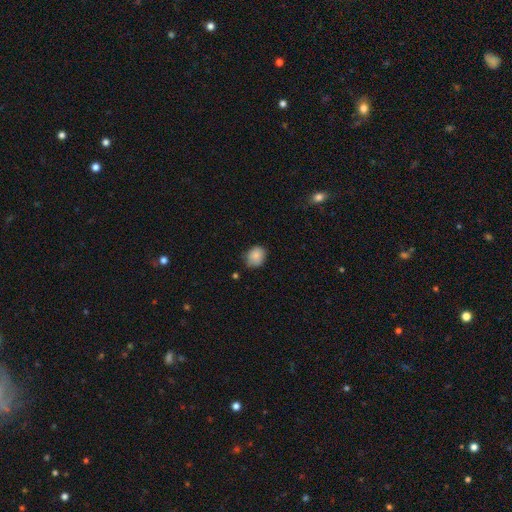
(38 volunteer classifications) Smooth or featured?
  - smooth: 87% *
  - featured or disk: 8%
  - star or artifact: 5%
How rounded?
  - round: 58% *
  - in between: 42%
  - cigar-shaped: 0%
Merging?
  - none: 72% *
  - minor disturbance: 19%
  - major disturbance: 6%
  - merger: 3%